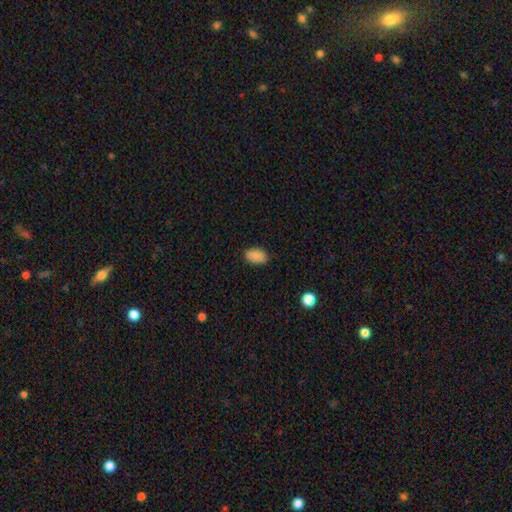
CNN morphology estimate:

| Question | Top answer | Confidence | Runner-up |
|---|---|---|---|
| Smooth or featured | smooth | 88% | star or artifact (8%) |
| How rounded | in between | 91% | round (7%) |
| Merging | none | 87% | minor disturbance (10%) |